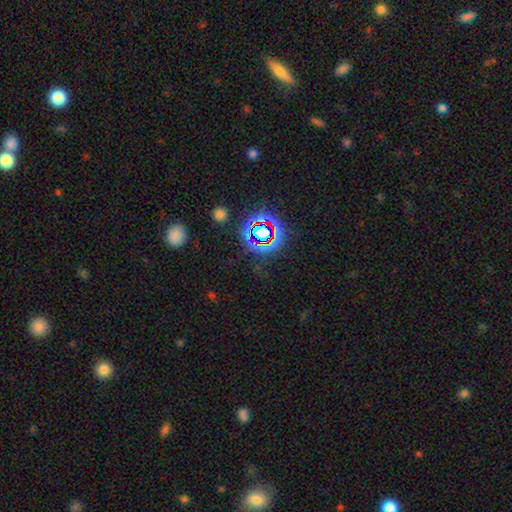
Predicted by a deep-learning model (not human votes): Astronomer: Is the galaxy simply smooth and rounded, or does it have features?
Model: star or artifact — 72%.